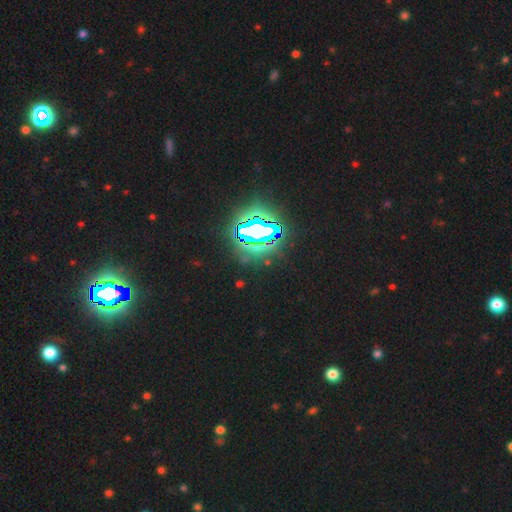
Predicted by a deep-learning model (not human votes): Overall: star or artifact (82%).